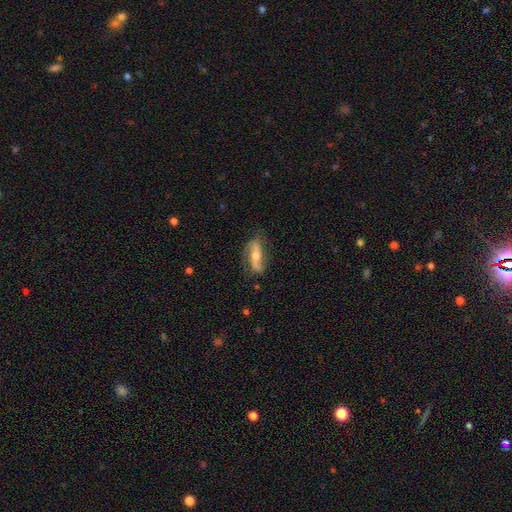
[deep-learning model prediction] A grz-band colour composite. It shows a featured or disk galaxy (75%) with no bar (42%), 2 (88%) loose (58%) spiral arms (90%) and a moderate central bulge (61%). Merging: none (72%).